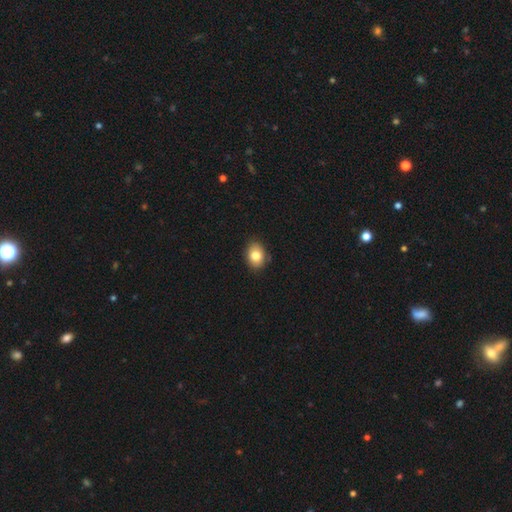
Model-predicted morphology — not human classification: Smooth or featured: smooth — 81% (featured or disk — 10%)
How rounded: in between — 65% (round — 35%)
Merging: none — 85% (minor disturbance — 12%)